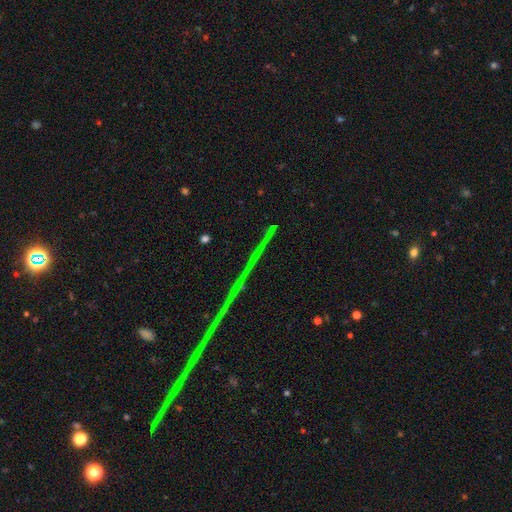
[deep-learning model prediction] smooth-or-featured: star or artifact: 78% | featured or disk: 15% | smooth: 8%